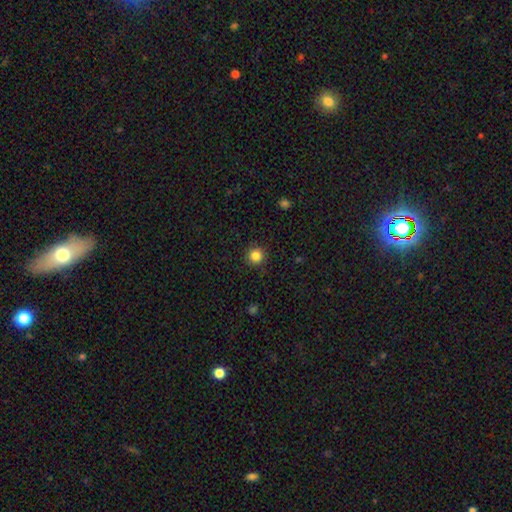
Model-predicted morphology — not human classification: type=smooth (84%); roundness=round (95%); merging=none (91%).